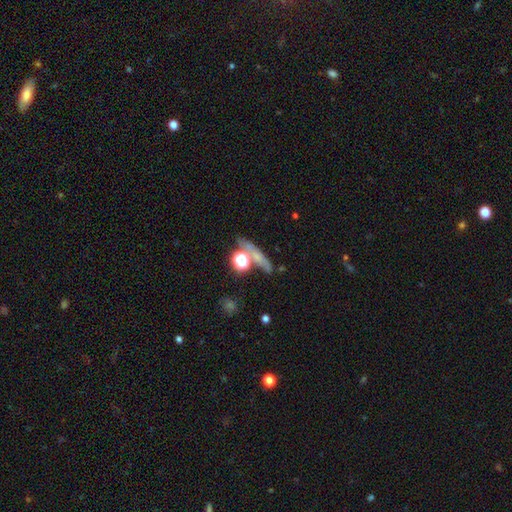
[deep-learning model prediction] Smooth or featured: smooth — 44% (star or artifact — 28%)
Merging: none — 61% (merger — 16%)